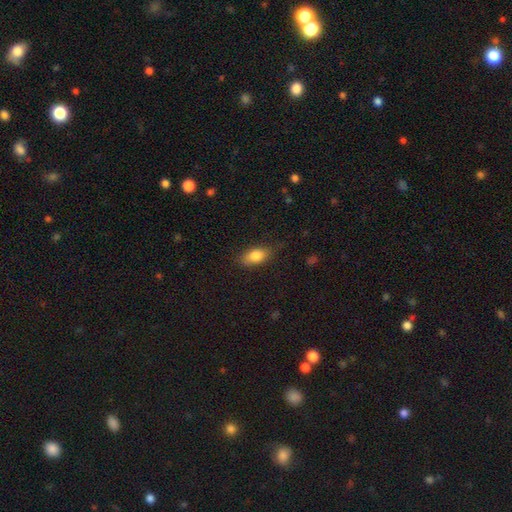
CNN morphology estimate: Smooth or featured: smooth — 82% (featured or disk — 10%)
How rounded: in between — 86% (cigar-shaped — 7%)
Merging: none — 78% (minor disturbance — 17%)